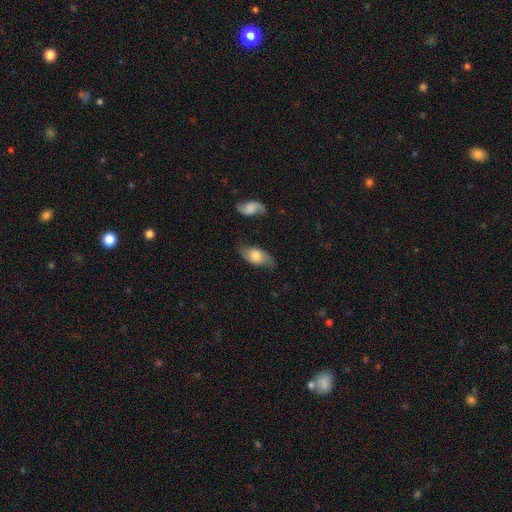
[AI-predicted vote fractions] Q: Smooth or featured?
A: smooth (65%); runner-up: featured or disk (28%)
Q: How rounded?
A: in between (90%); runner-up: cigar-shaped (5%)
Q: Merging?
A: none (66%); runner-up: minor disturbance (24%)